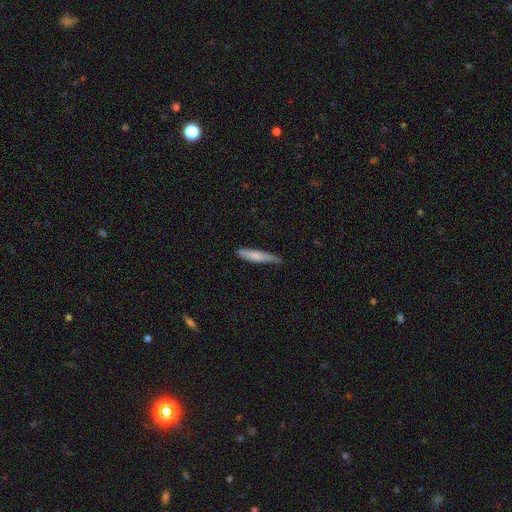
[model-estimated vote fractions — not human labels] Smooth or featured?
  - smooth: 74% *
  - featured or disk: 21%
  - star or artifact: 5%
How rounded?
  - cigar-shaped: 89% *
  - in between: 9%
  - round: 1%
Merging?
  - none: 74% *
  - minor disturbance: 22%
  - major disturbance: 3%
  - merger: 1%